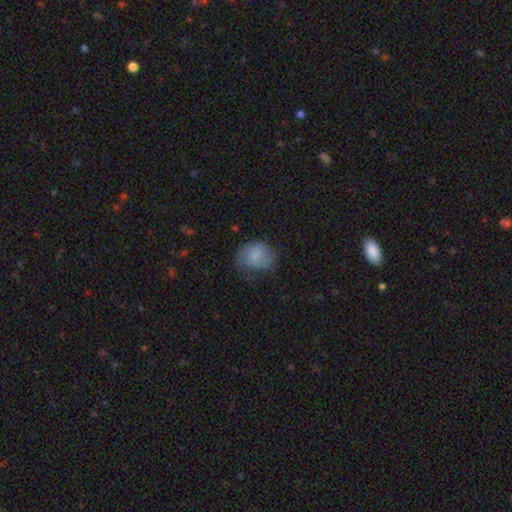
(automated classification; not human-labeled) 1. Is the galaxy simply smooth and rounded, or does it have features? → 66% smooth, 25% featured or disk, 8% star or artifact.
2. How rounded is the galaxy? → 56% round, 43% in between, 1% cigar-shaped.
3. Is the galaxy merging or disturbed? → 48% none, 32% minor disturbance, 19% major disturbance, 2% merger.